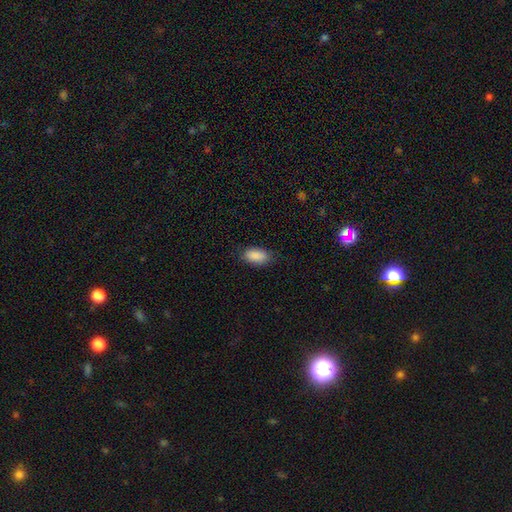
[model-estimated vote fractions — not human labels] Smooth or featured? smooth (90%)
How rounded? in between (93%)
Merging? none (81%)